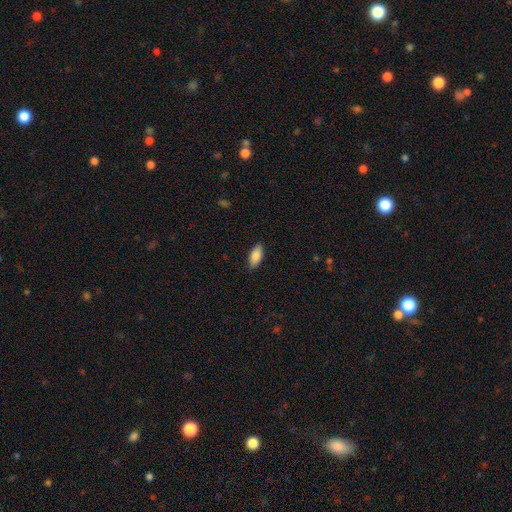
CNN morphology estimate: smooth 88%, featured or disk 6%, star or artifact 6%. Down the decision tree: how rounded — in between (88%); merging — none (86%).